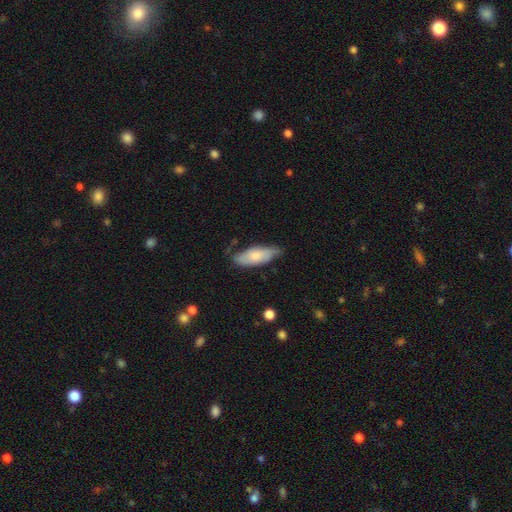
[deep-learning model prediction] smooth-or-featured: smooth: 67% | featured or disk: 28% | star or artifact: 6%
  how-rounded: in between: 72% | cigar-shaped: 26% | round: 2%
  merging: none: 63% | minor disturbance: 30% | major disturbance: 5% | merger: 2%